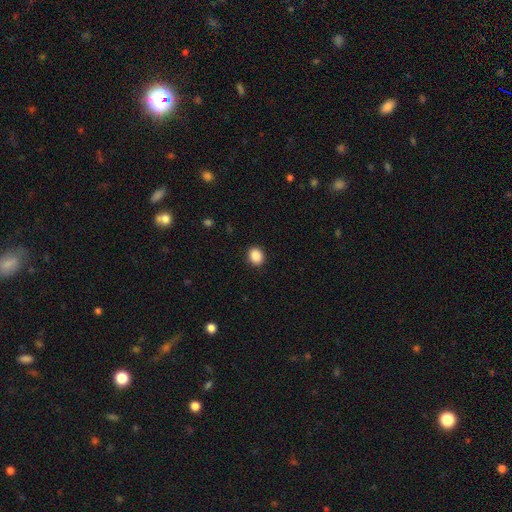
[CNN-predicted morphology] This appears to be a smooth galaxy with no disk features (89%) that is round (55%). Merging: none (91%).